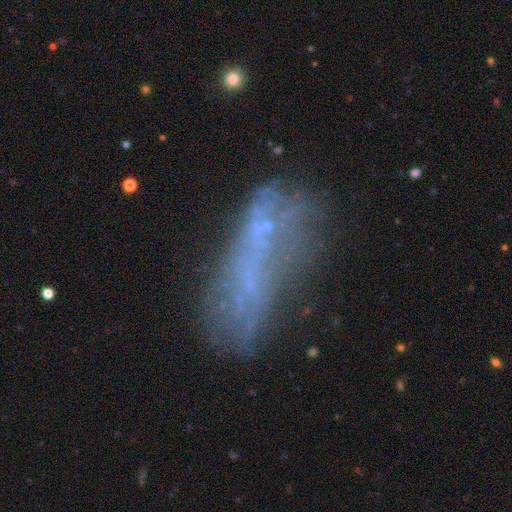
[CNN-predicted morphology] Smooth or featured?
  - featured or disk: 44% *
  - smooth: 33%
  - star or artifact: 23%
Merging?
  - none: 41% *
  - major disturbance: 26%
  - minor disturbance: 20%
  - merger: 14%